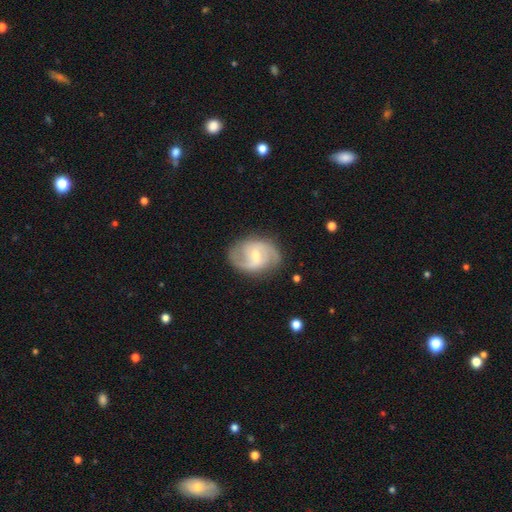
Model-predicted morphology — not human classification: Smooth or featured: featured or disk — 85% (smooth — 10%)
Edge-on disk: no — 98% (yes — 2%)
Bar: weak — 59% (no — 26%)
Spiral arms: yes — 96% (no — 4%)
Spiral winding: medium — 54% (tight — 28%)
Spiral arm count: 2 — 79% (3 — 8%)
Bulge size: small — 50% (moderate — 45%)
Merging: none — 78% (minor disturbance — 15%)